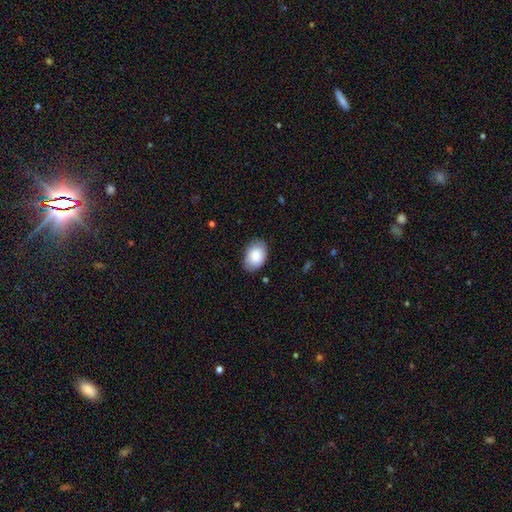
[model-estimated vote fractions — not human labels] The model was most divided on "merging": none: 81%, minor disturbance: 15%, major disturbance: 3%, merger: 1%. More confident: how rounded — in between (84%); smooth or featured — smooth (84%).